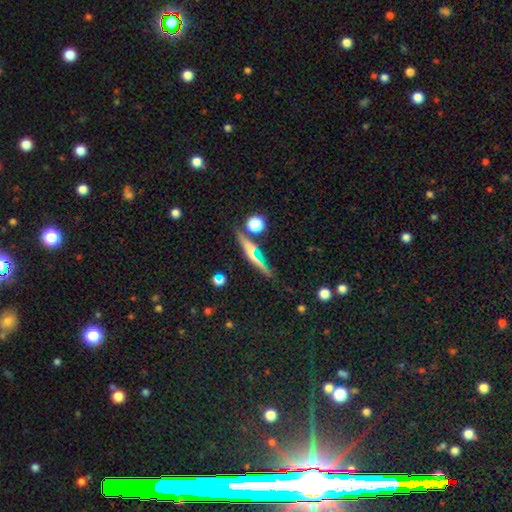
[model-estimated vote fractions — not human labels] This appears to be a featured or disk galaxy (54%) viewed edge-on (94%) with a rounded central bulge (47%). Merging: none (81%).